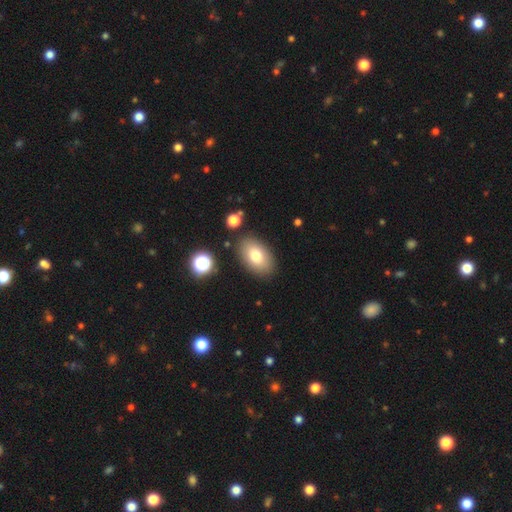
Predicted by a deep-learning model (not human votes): Smooth or featured?
  - smooth: 76% *
  - featured or disk: 15%
  - star or artifact: 9%
How rounded?
  - in between: 90% *
  - round: 9%
  - cigar-shaped: 1%
Merging?
  - none: 85% *
  - minor disturbance: 10%
  - major disturbance: 3%
  - merger: 3%